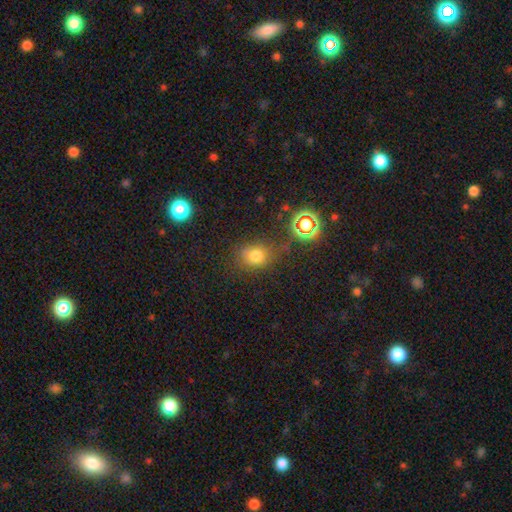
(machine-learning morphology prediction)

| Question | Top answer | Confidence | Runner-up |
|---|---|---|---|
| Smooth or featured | smooth | 71% | star or artifact (20%) |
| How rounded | round | 56% | in between (42%) |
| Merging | none | 69% | minor disturbance (18%) |